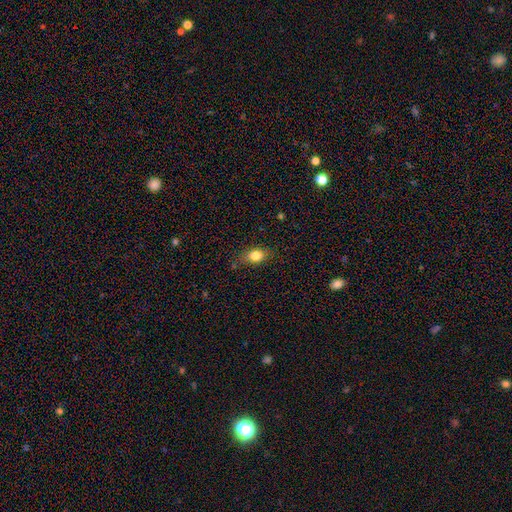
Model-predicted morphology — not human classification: Overall: smooth (82%). How rounded: in between (77%). Merging: none (77%).